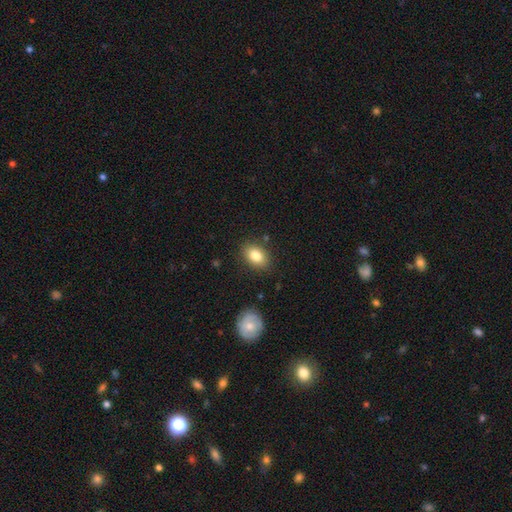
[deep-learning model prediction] smooth 82%, featured or disk 10%, star or artifact 8%. Down the decision tree: how rounded — in between (81%); merging — none (85%).